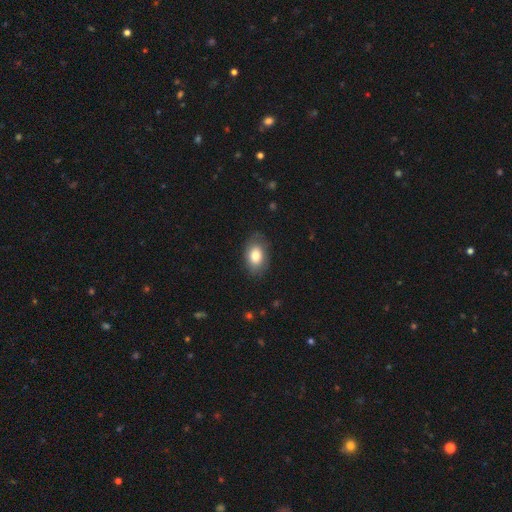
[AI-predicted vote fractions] Overall: smooth (79%). How rounded: in between (87%). Merging: none (79%).